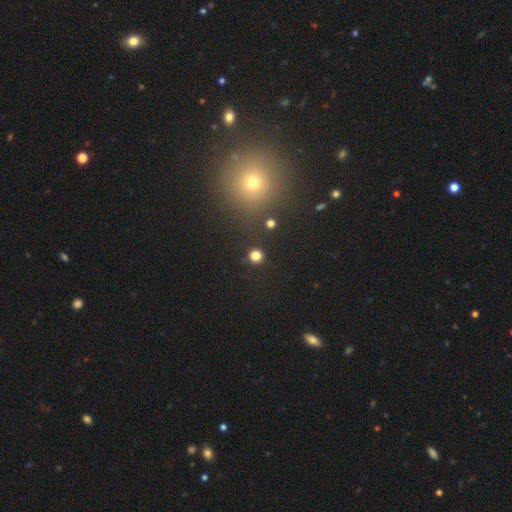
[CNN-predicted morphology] smooth 80%, star or artifact 15%, featured or disk 4%. Down the decision tree: how rounded — round (93%); merging — none (90%).